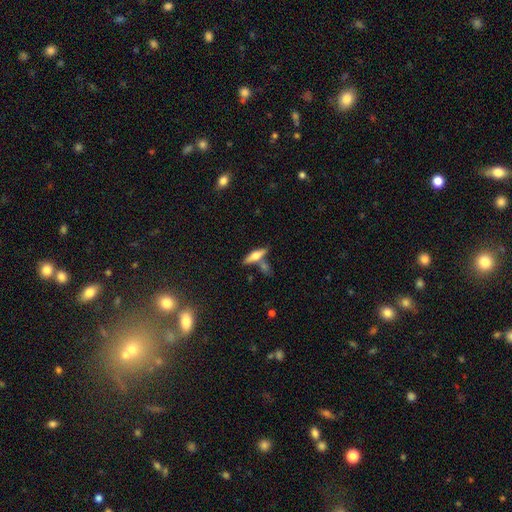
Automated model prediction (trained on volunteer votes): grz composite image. It shows a featured or disk galaxy (51%) viewed edge-on (93%). Merging: none (64%).